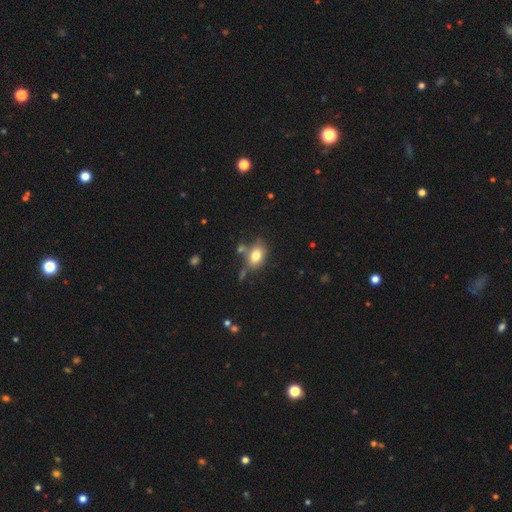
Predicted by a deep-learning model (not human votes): Morphology: type=smooth (78%); roundness=in between (78%); merging=none (60%).